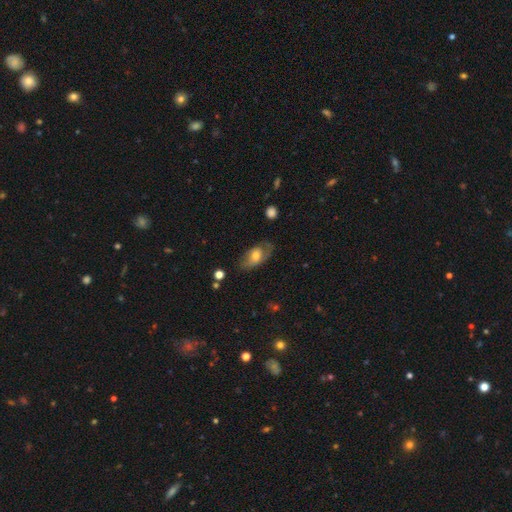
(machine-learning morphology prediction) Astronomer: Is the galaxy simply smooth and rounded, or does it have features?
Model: smooth — 50% (runner-up: featured or disk, 42%).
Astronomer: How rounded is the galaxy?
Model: in between — 87%.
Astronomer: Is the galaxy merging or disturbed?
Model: none — 61%.